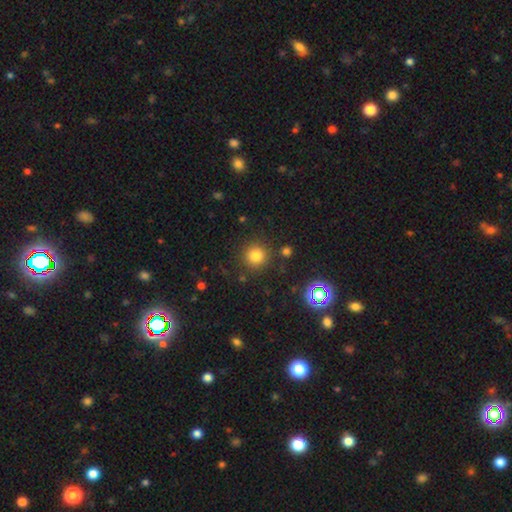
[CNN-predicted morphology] smooth 78%, star or artifact 16%, featured or disk 6%. Down the decision tree: how rounded — round (94%); merging — none (87%).